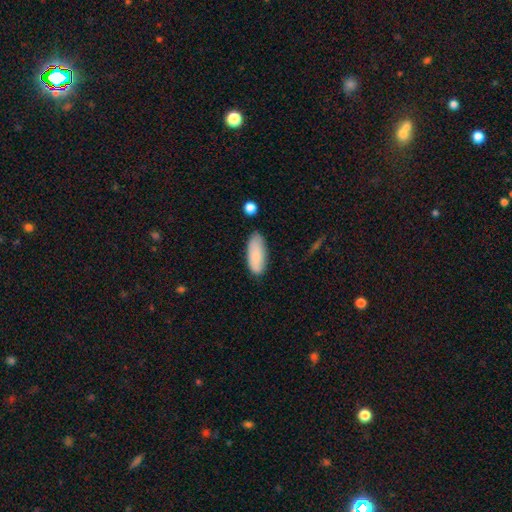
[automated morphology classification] Smooth or featured: smooth — 82% (featured or disk — 12%)
How rounded: in between — 82% (cigar-shaped — 16%)
Merging: none — 77% (minor disturbance — 17%)